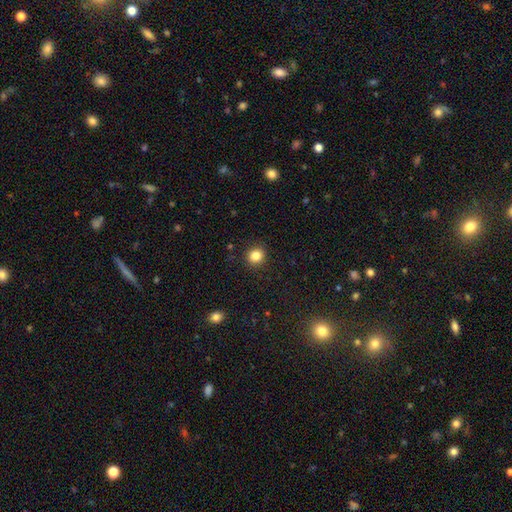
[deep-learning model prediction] Smooth or featured?
  - smooth: 84% *
  - star or artifact: 11%
  - featured or disk: 4%
How rounded?
  - round: 89% *
  - in between: 10%
  - cigar-shaped: 1%
Merging?
  - none: 92% *
  - minor disturbance: 5%
  - major disturbance: 2%
  - merger: 1%